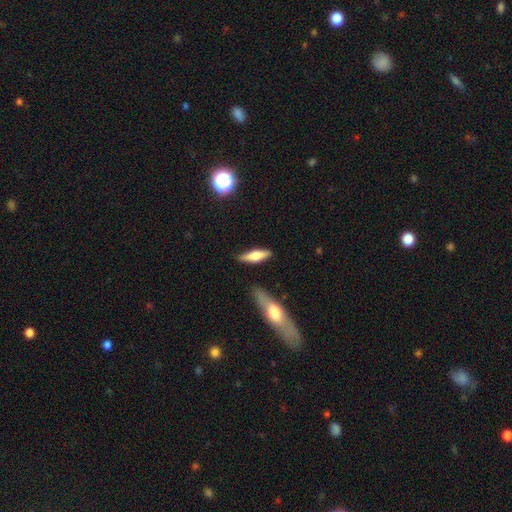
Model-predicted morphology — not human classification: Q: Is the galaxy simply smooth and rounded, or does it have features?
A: smooth — 56%.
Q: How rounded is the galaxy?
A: cigar-shaped — 63%.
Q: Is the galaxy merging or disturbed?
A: none — 80%.